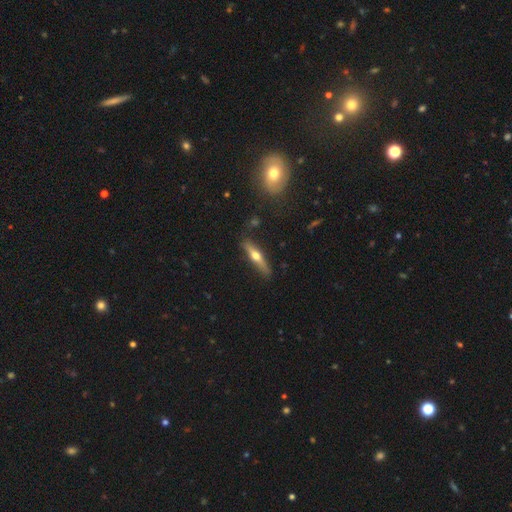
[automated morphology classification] Q: Smooth or featured?
A: featured or disk (58%); runner-up: smooth (36%)
Q: Edge-on disk?
A: yes (94%); runner-up: no (6%)
Q: Edge-on bulge?
A: rounded (94%); runner-up: none (4%)
Q: Merging?
A: none (86%); runner-up: minor disturbance (10%)